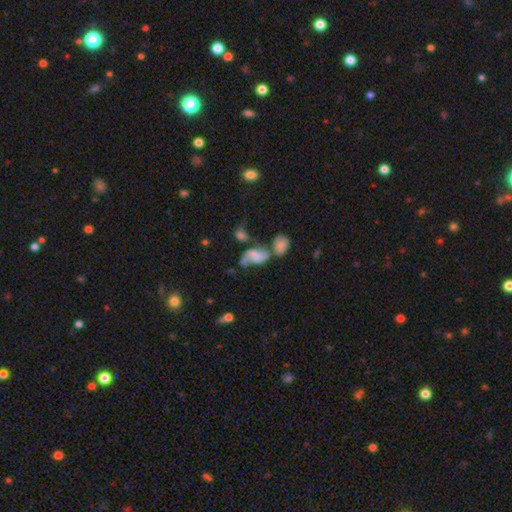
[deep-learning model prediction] This appears to be a featured or disk galaxy (54%) with no bar (64%), spiral arms (79%) and no central bulge (56%). Merging: merger (44%).